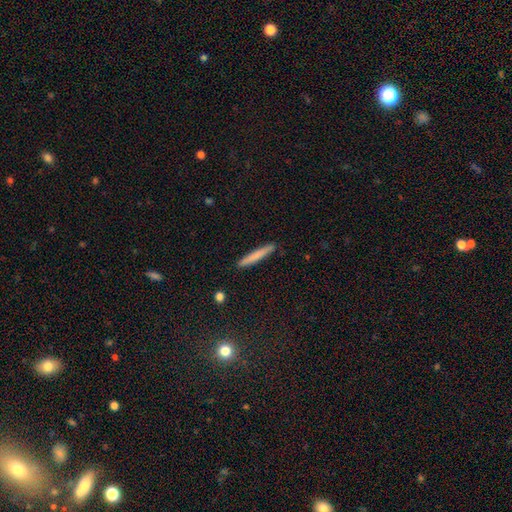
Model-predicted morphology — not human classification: A smooth galaxy with no disk features (75%) that is cigar-shaped (96%). Merging: none (91%).